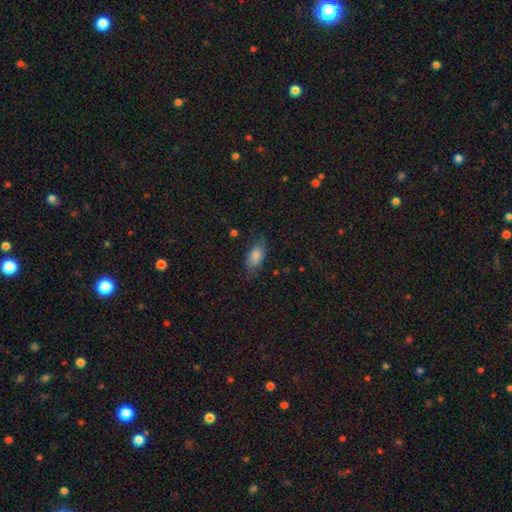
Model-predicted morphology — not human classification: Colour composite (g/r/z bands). It shows a smooth galaxy with no disk features (75%) that is in between round and cigar-shaped (86%). Merging: none (69%).